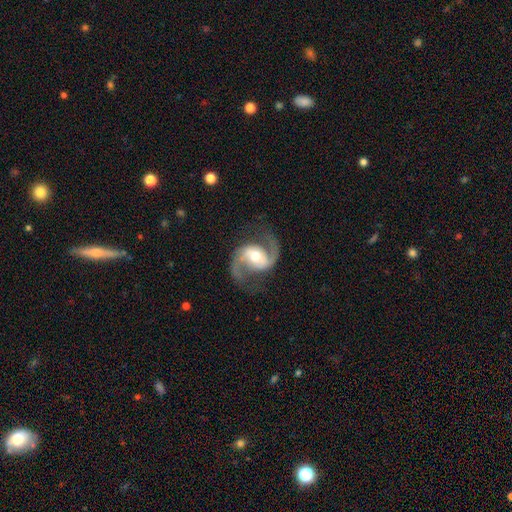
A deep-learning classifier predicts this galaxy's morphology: featured or disk 92%, star or artifact 4%, smooth 4%. Down the decision tree: edge-on disk — no (98%); bar — weak (42%); spiral arms — yes (98%); spiral arm count — 2 (94%); spiral winding — medium (53%); bulge size — moderate (68%); merging — none (80%).